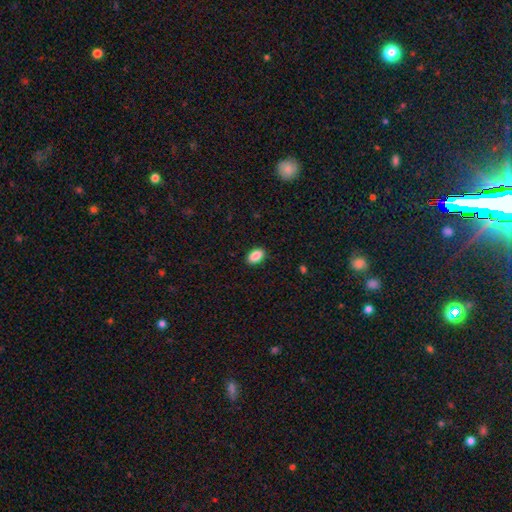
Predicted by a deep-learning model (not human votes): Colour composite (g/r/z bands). It shows a smooth galaxy with no disk features (89%) that is in between round and cigar-shaped (92%). Merging: none (88%).